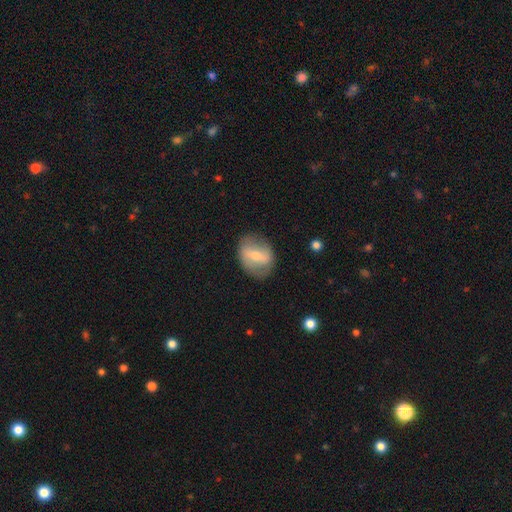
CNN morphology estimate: A smooth galaxy with no disk features (49%). Merging: none (73%).